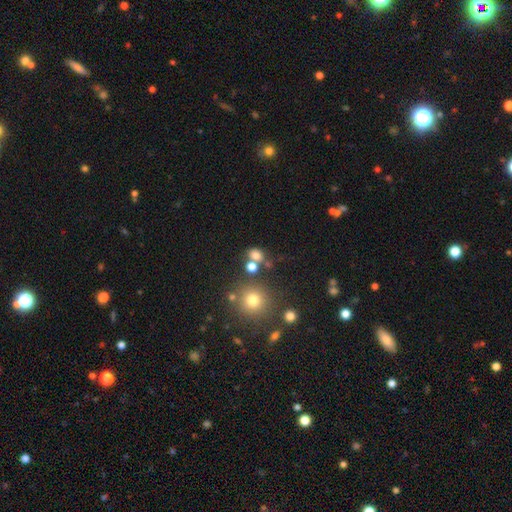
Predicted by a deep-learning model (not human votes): Overall: smooth (71%). How rounded: round (57%; in between 41%). Merging: none (57%; merger 24%).